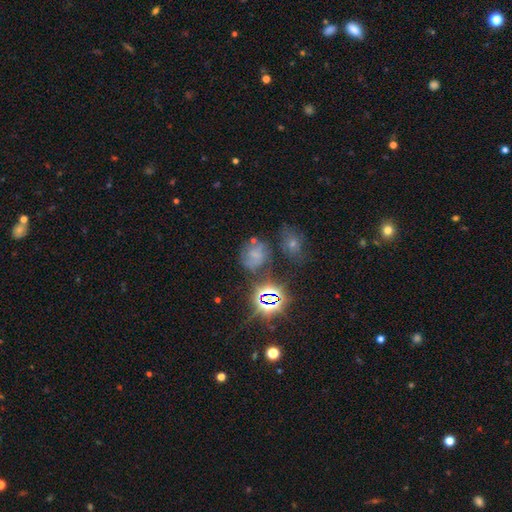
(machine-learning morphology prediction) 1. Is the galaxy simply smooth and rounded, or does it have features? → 43% smooth, 33% star or artifact, 25% featured or disk.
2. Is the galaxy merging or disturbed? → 54% none, 21% minor disturbance, 14% major disturbance, 11% merger.